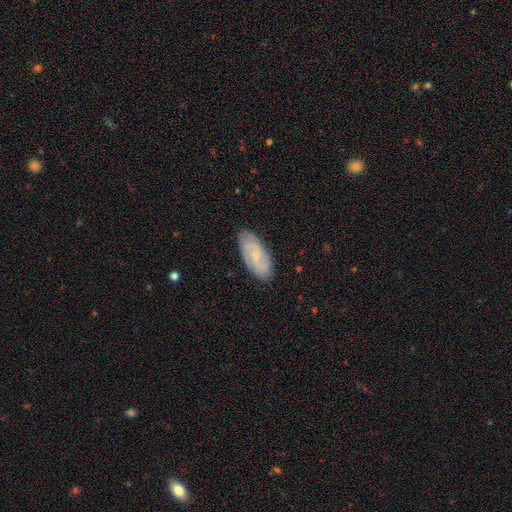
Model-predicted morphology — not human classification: Smooth or featured?
  - featured or disk: 73% *
  - smooth: 21%
  - star or artifact: 6%
Edge-on disk?
  - no: 94% *
  - yes: 6%
Bar?
  - weak: 46% *
  - no: 43%
  - strong: 10%
Spiral arms?
  - yes: 91% *
  - no: 9%
Spiral winding?
  - medium: 43% *
  - tight: 40%
  - loose: 17%
Spiral arm count?
  - 2: 71% *
  - can't tell: 16%
  - 3: 6%
  - 1: 2%
  - 4: 2%
  - more than 4: 2%
Bulge size?
  - small: 71% *
  - moderate: 24%
  - none: 4%
  - large: 1%
  - dominant: 1%
Merging?
  - none: 84% *
  - minor disturbance: 13%
  - major disturbance: 2%
  - merger: 1%